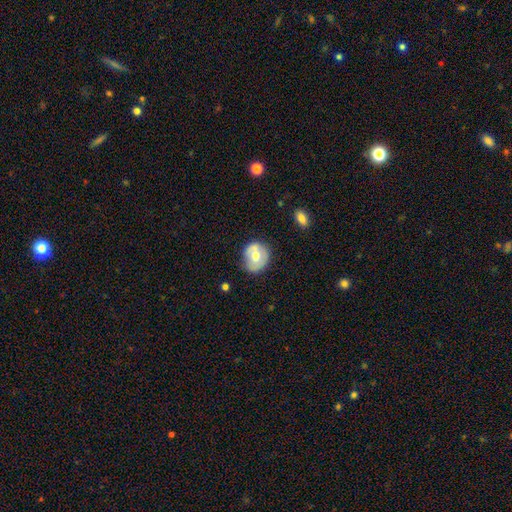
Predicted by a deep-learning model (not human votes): Q: Smooth or featured?
A: smooth (53%); runner-up: featured or disk (39%)
Q: How rounded?
A: round (74%); runner-up: in between (25%)
Q: Merging?
A: none (61%); runner-up: minor disturbance (27%)